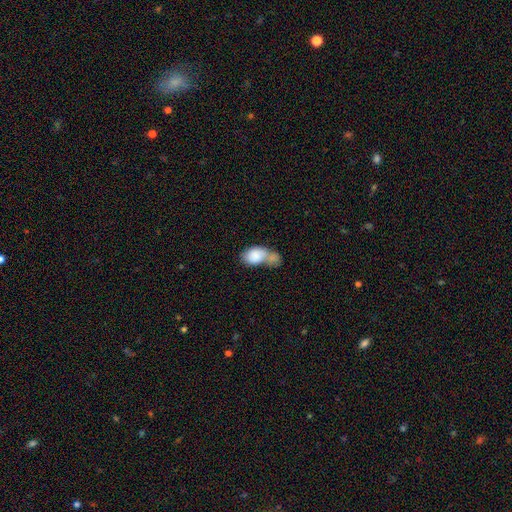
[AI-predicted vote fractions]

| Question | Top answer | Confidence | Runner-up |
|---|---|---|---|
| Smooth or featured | smooth | 81% | featured or disk (12%) |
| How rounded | in between | 83% | round (15%) |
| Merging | merger | 65% | none (15%) |